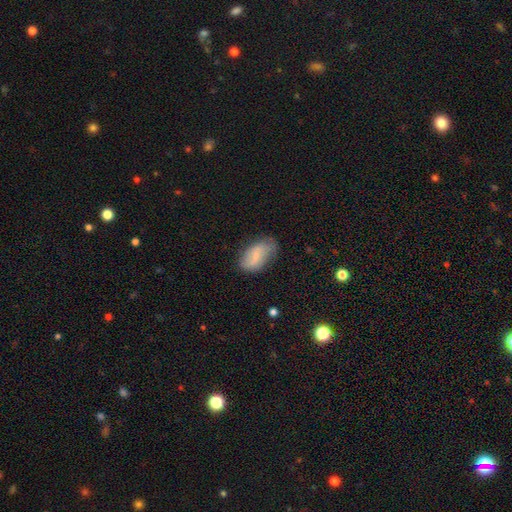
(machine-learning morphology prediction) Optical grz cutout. It shows a smooth galaxy with no disk features (58%) that is in between round and cigar-shaped (92%). Merging: none (62%).